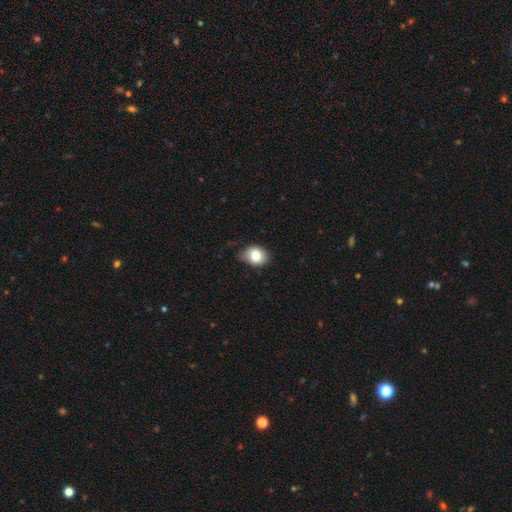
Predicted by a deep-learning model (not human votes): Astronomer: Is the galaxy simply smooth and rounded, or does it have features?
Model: smooth — 80%.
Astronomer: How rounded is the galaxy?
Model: in between — 54% (runner-up: round, 45%).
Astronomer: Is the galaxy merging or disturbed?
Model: none — 68%.